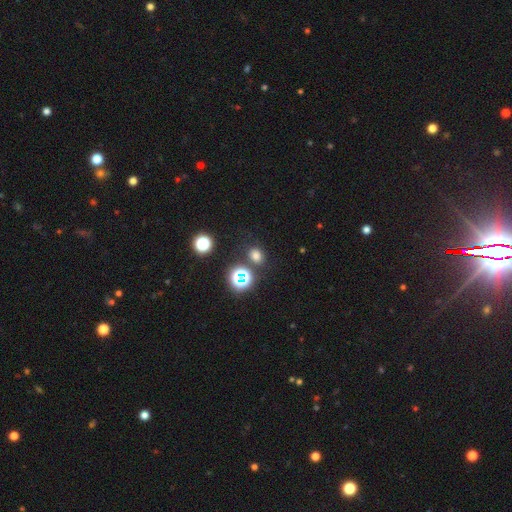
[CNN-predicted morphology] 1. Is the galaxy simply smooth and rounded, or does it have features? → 70% smooth, 24% star or artifact, 6% featured or disk.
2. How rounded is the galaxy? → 54% round, 45% in between, 1% cigar-shaped.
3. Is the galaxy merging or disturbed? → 78% none, 11% minor disturbance, 6% merger, 4% major disturbance.